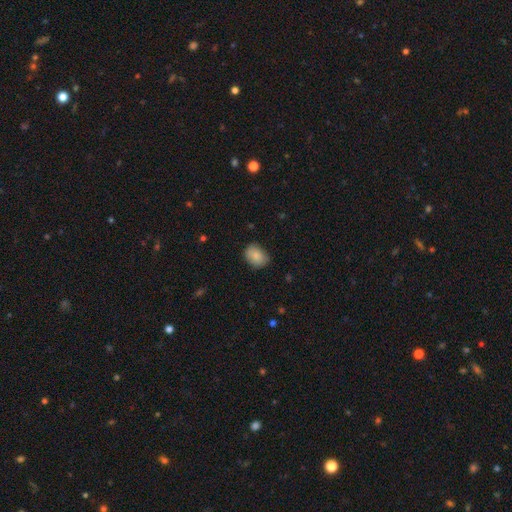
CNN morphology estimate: smooth_or_featured: smooth (p=0.85) [alt: featured or disk p=0.08]
how_rounded: in between (p=0.69) [alt: round p=0.30]
merging: none (p=0.76) [alt: minor disturbance p=0.19]